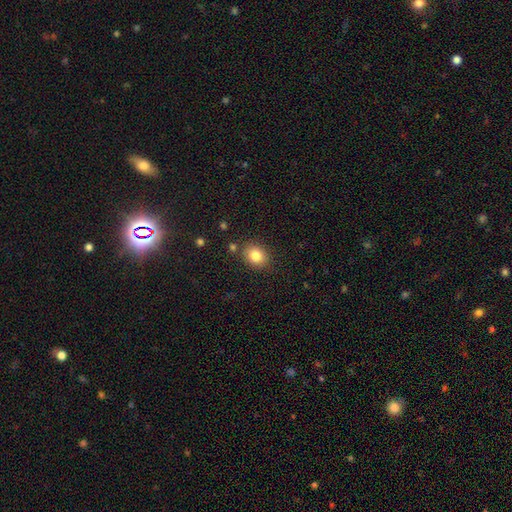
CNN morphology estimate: Smooth or featured?
  - smooth: 83% *
  - star or artifact: 10%
  - featured or disk: 7%
How rounded?
  - round: 52% *
  - in between: 47%
  - cigar-shaped: 1%
Merging?
  - none: 83% *
  - minor disturbance: 10%
  - merger: 4%
  - major disturbance: 3%